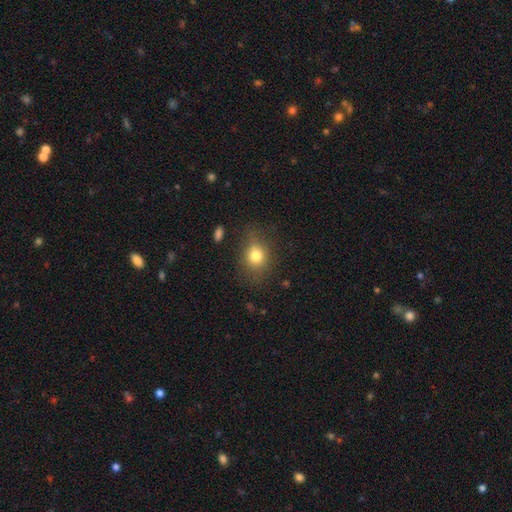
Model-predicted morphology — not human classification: smooth_or_featured: smooth (p=0.77) [alt: star or artifact p=0.12]
how_rounded: round (p=0.58) [alt: in between p=0.41]
merging: none (p=0.73) [alt: minor disturbance p=0.18]